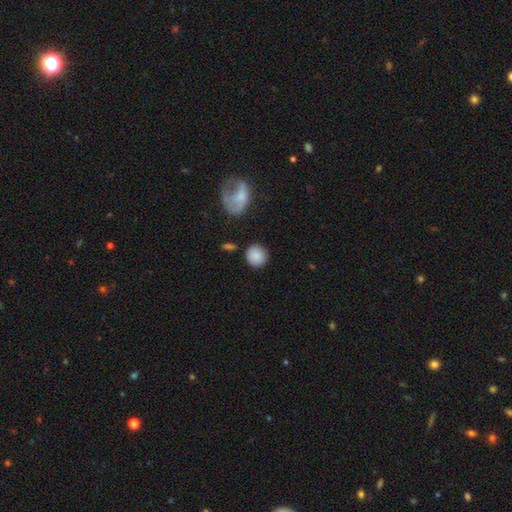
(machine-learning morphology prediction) Overall: smooth (86%). How rounded: round (89%). Merging: none (85%).